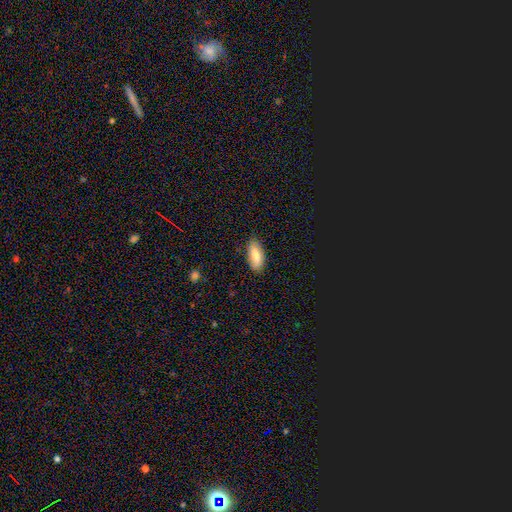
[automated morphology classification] smooth 77%, featured or disk 16%, star or artifact 7%. Down the decision tree: how rounded — in between (83%); merging — none (84%).